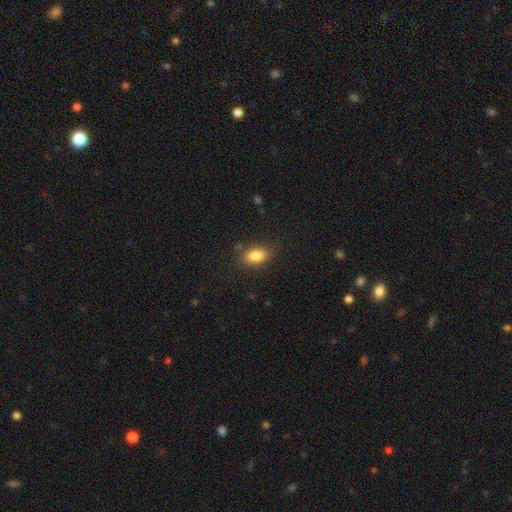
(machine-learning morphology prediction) The model was most divided on "merging": none: 83%, minor disturbance: 12%, major disturbance: 3%, merger: 2%. More confident: how rounded — in between (86%); smooth or featured — smooth (85%).